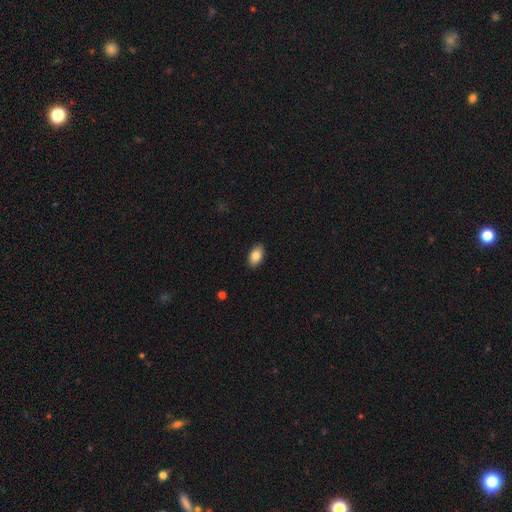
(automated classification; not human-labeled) Overall: smooth (84%). How rounded: in between (93%). Merging: none (89%).